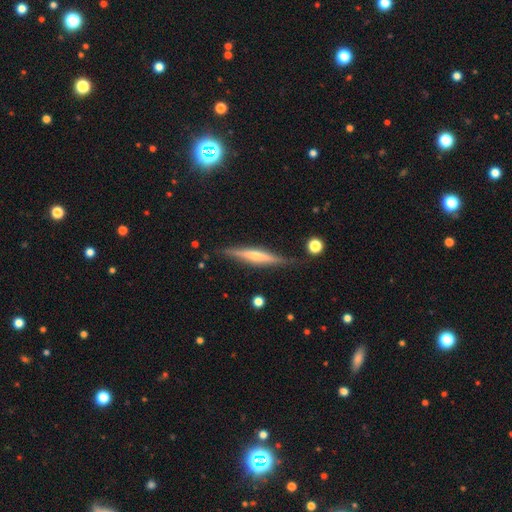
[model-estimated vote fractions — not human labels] Smooth or featured?
  - featured or disk: 69% *
  - smooth: 23%
  - star or artifact: 7%
Edge-on disk?
  - yes: 96% *
  - no: 4%
Edge-on bulge?
  - rounded: 69% *
  - none: 21%
  - boxy: 10%
Merging?
  - none: 84% *
  - minor disturbance: 11%
  - major disturbance: 2%
  - merger: 2%